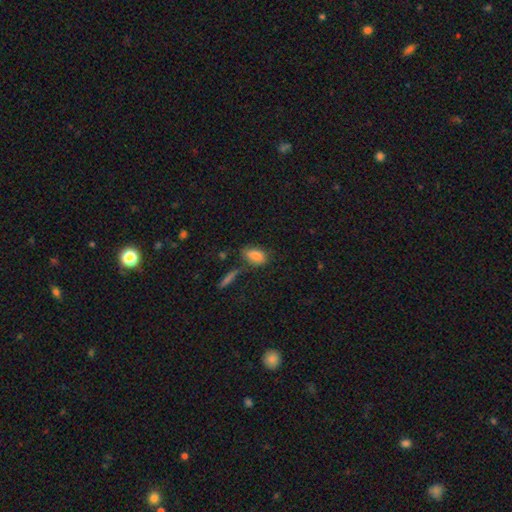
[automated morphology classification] Q: Smooth or featured?
A: smooth (82%); runner-up: star or artifact (9%)
Q: How rounded?
A: in between (87%); runner-up: round (8%)
Q: Merging?
A: none (57%); runner-up: minor disturbance (24%)